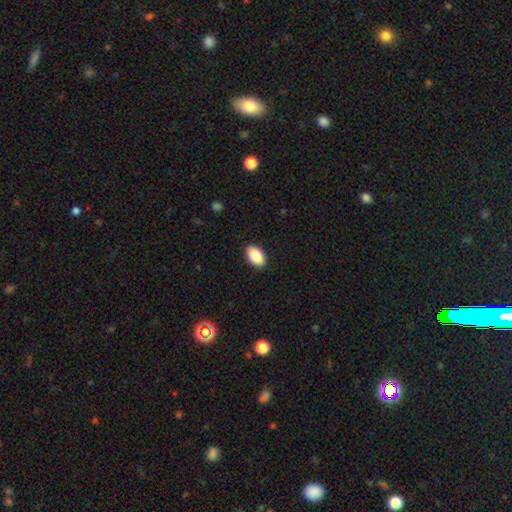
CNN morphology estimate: A smooth galaxy with no disk features (88%) that is in between round and cigar-shaped (92%). Merging: none (90%).